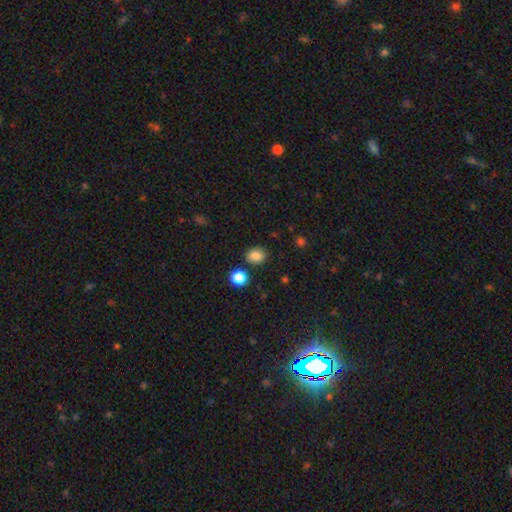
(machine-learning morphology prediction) Smooth or featured?
  - smooth: 83% *
  - star or artifact: 11%
  - featured or disk: 6%
How rounded?
  - round: 58% *
  - in between: 41%
  - cigar-shaped: 1%
Merging?
  - none: 84% *
  - minor disturbance: 9%
  - merger: 5%
  - major disturbance: 3%